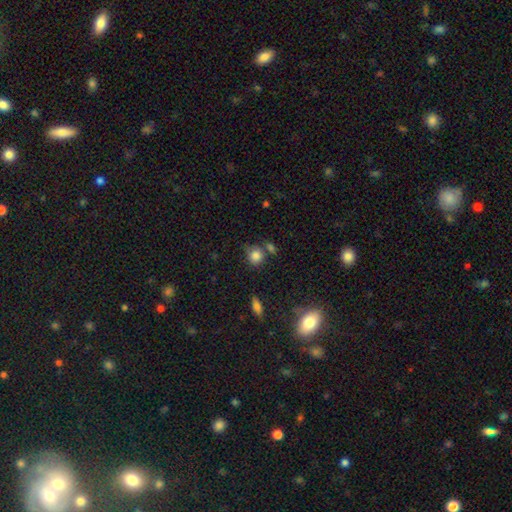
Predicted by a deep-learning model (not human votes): smooth-or-featured: smooth: 82% | star or artifact: 11% | featured or disk: 7%
  how-rounded: round: 83% | in between: 16% | cigar-shaped: 1%
  merging: none: 63% | minor disturbance: 17% | merger: 15% | major disturbance: 5%